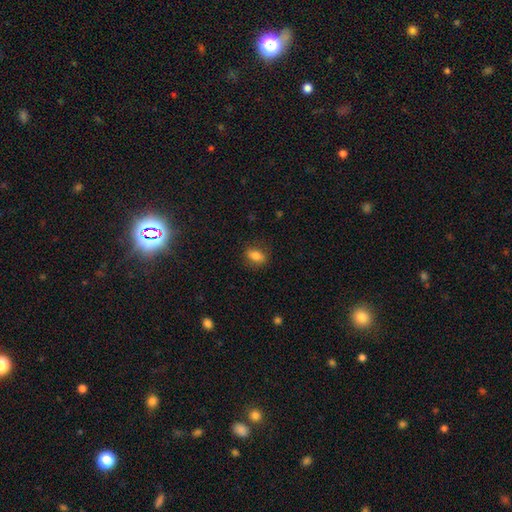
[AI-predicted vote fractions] Smooth or featured?
  - smooth: 81% *
  - star or artifact: 10%
  - featured or disk: 9%
How rounded?
  - in between: 78% *
  - round: 17%
  - cigar-shaped: 4%
Merging?
  - none: 82% *
  - minor disturbance: 13%
  - major disturbance: 4%
  - merger: 1%